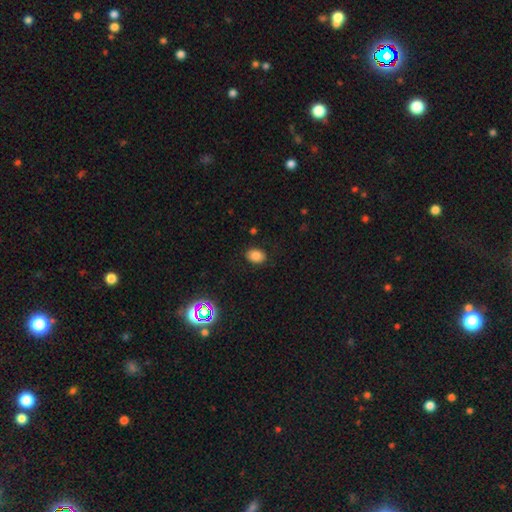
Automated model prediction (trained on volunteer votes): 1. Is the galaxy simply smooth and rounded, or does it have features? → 81% smooth, 13% star or artifact, 6% featured or disk.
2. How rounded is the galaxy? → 67% in between, 32% round, 1% cigar-shaped.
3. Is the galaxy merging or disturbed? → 86% none, 10% minor disturbance, 3% major disturbance, 1% merger.